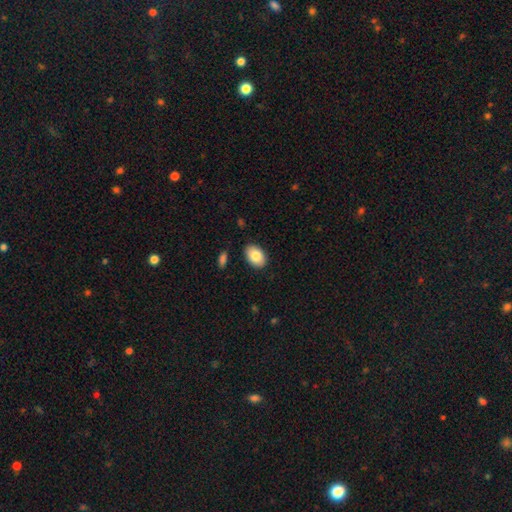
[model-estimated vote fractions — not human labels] Smooth or featured? smooth (83%)
How rounded? in between (87%)
Merging? none (88%)